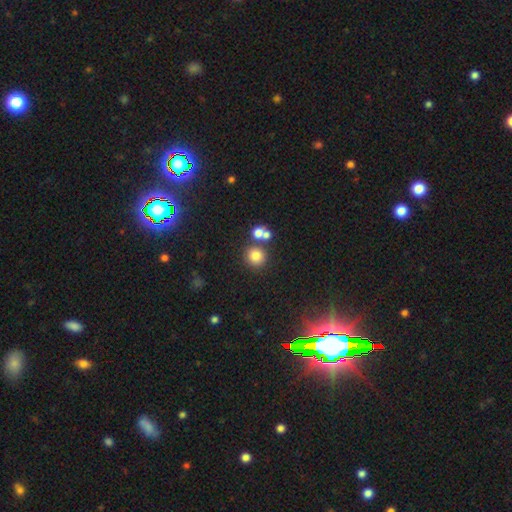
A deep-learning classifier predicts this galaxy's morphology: A smooth galaxy with no disk features (78%) that is round (90%). Merging: none (70%).